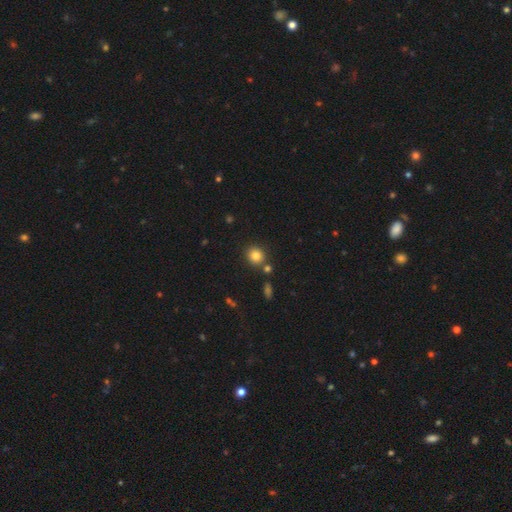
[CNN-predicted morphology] Q: Smooth or featured?
A: smooth (82%); runner-up: star or artifact (11%)
Q: How rounded?
A: round (83%); runner-up: in between (16%)
Q: Merging?
A: none (79%); runner-up: merger (10%)